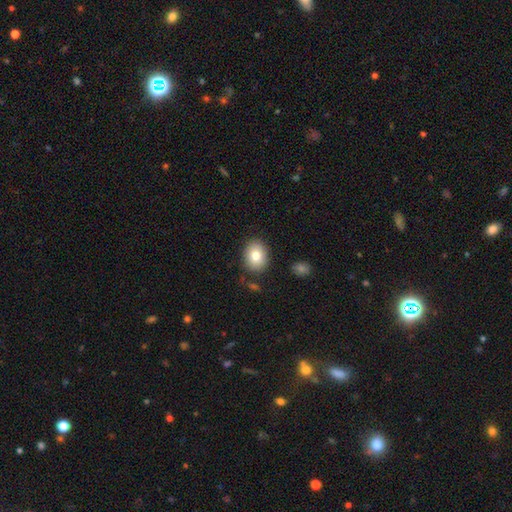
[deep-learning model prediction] This is clearly a smooth galaxy (81%). How rounded: possibly in between (57%). Merging: clearly none (84%).